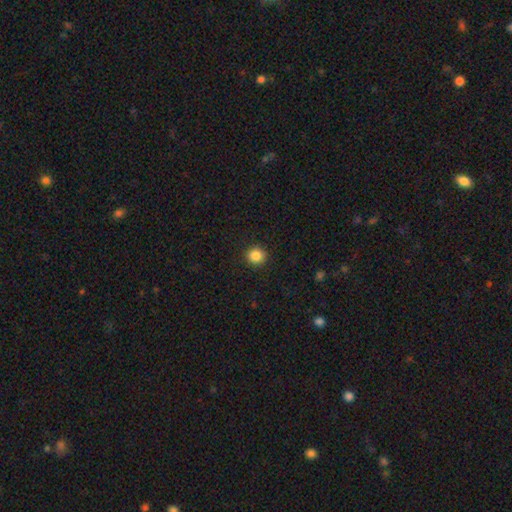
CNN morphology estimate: type=smooth (86%); roundness=round (93%); merging=none (92%).